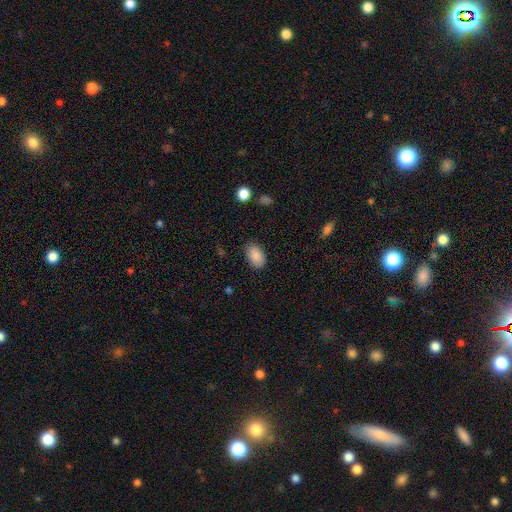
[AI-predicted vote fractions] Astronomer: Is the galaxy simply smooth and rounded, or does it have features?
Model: smooth — 89%.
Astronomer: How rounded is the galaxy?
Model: in between — 92%.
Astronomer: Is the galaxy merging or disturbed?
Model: none — 86%.